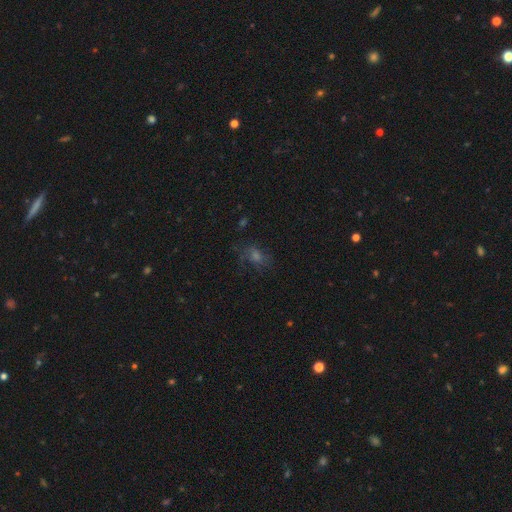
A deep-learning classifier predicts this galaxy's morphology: smooth-or-featured: smooth: 41% | star or artifact: 36% | featured or disk: 24%
  merging: none: 67% | minor disturbance: 18% | major disturbance: 13% | merger: 2%